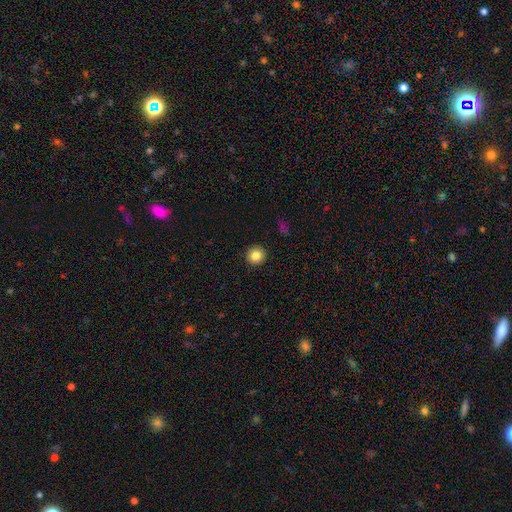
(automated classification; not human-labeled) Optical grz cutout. It shows a smooth galaxy with no disk features (84%) that is round (95%). Merging: none (93%).